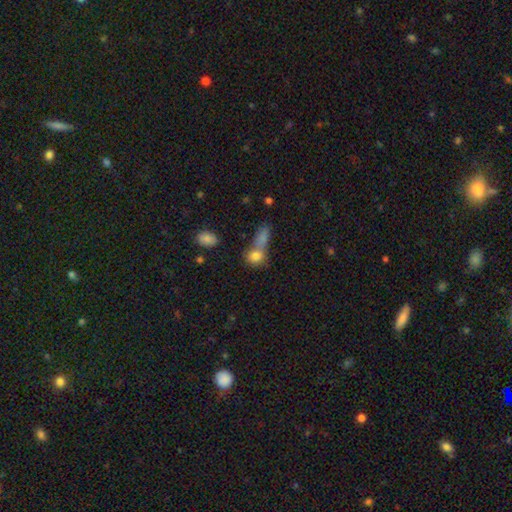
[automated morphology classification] Smooth or featured: smooth — 78% (featured or disk — 11%)
How rounded: round — 54% (in between — 41%)
Merging: merger — 46% (none — 37%)